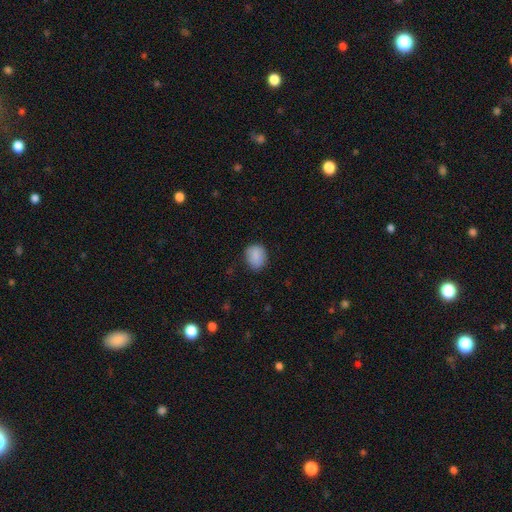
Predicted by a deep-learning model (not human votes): Smooth or featured?
  - smooth: 86% *
  - star or artifact: 8%
  - featured or disk: 6%
How rounded?
  - round: 58% *
  - in between: 41%
  - cigar-shaped: 1%
Merging?
  - none: 80% *
  - minor disturbance: 15%
  - major disturbance: 4%
  - merger: 1%